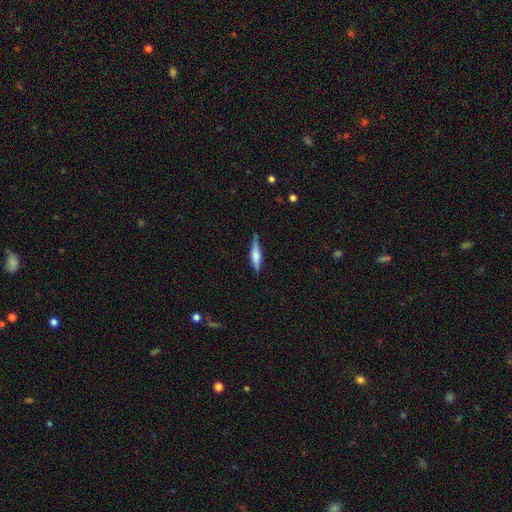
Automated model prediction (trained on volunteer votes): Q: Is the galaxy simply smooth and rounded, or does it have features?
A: featured or disk — 50%.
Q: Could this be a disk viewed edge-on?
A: yes — 96%.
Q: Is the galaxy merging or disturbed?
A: none — 80%.